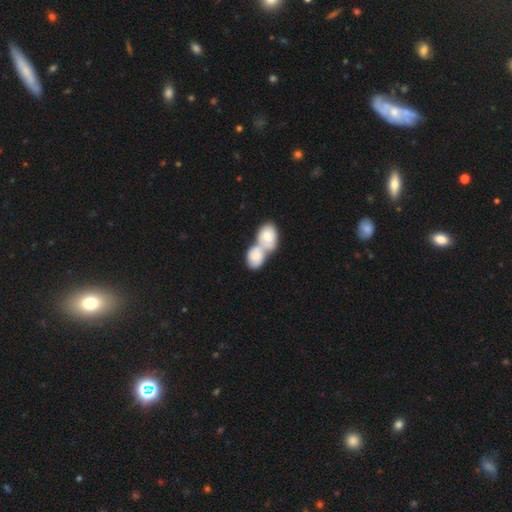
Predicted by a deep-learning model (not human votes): Smooth or featured: smooth — 74% (featured or disk — 20%)
How rounded: in between — 78% (round — 20%)
Merging: merger — 83% (none — 9%)